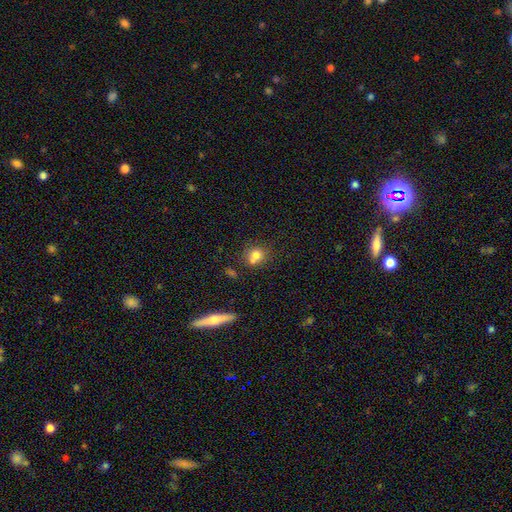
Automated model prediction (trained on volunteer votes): Smooth or featured? smooth (73%)
How rounded? round (71%)
Merging? none (51%)